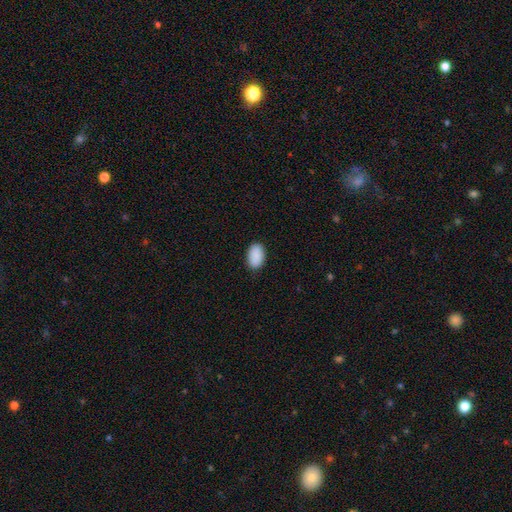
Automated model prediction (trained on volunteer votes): Q: Smooth or featured?
A: smooth (91%); runner-up: star or artifact (6%)
Q: How rounded?
A: in between (93%); runner-up: round (6%)
Q: Merging?
A: none (88%); runner-up: minor disturbance (9%)